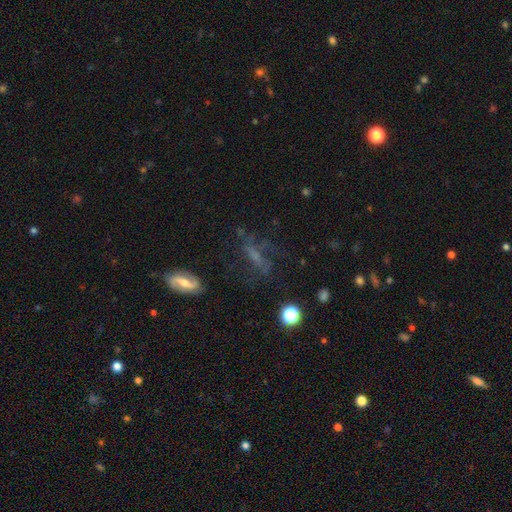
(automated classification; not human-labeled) Smooth or featured?
  - featured or disk: 45% *
  - smooth: 30%
  - star or artifact: 26%
Merging?
  - none: 54% *
  - major disturbance: 22%
  - minor disturbance: 19%
  - merger: 4%